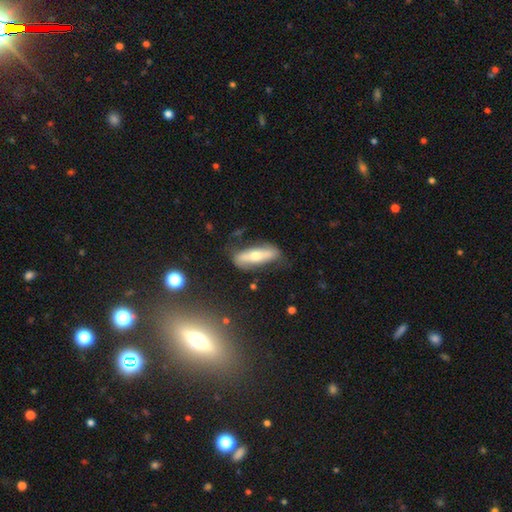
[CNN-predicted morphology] Smooth or featured? featured or disk (47%, tied with smooth)
Merging? none (70%)